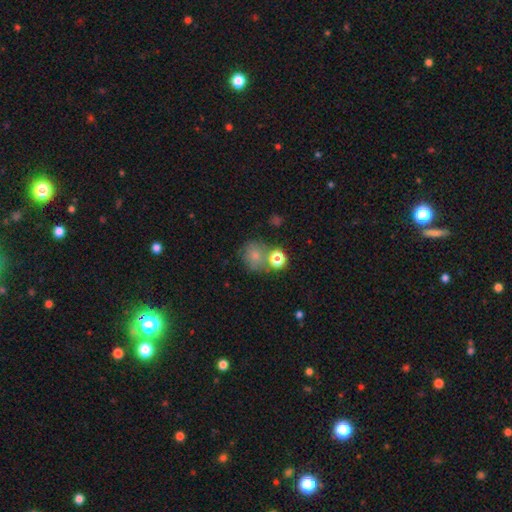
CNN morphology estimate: type=smooth (72%); roundness=round (75%); merging=none (51%).